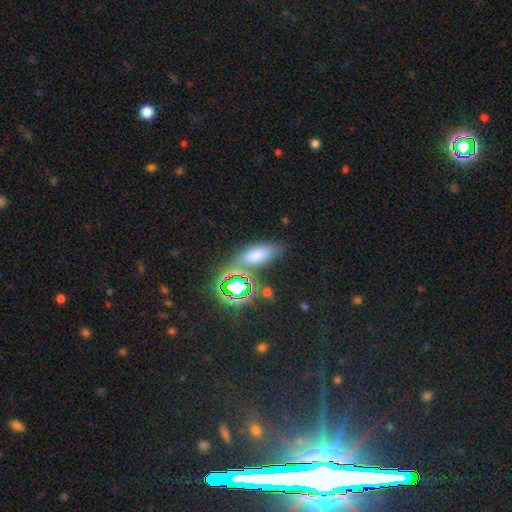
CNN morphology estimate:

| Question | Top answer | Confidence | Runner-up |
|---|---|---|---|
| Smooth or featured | smooth | 58% | star or artifact (29%) |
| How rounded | in between | 72% | cigar-shaped (19%) |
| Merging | none | 64% | minor disturbance (17%) |